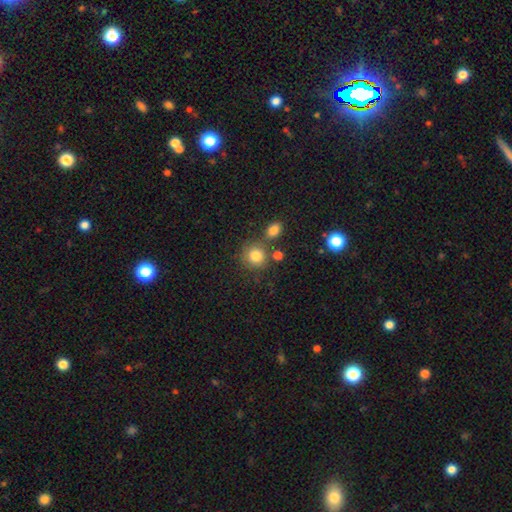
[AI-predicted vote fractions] Overall: smooth (81%). How rounded: round (87%). Merging: none (70%).